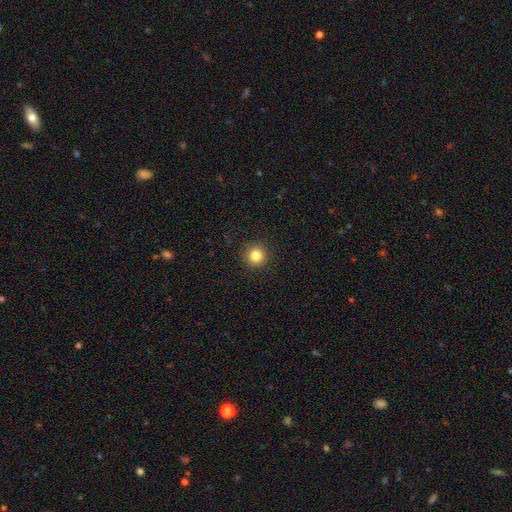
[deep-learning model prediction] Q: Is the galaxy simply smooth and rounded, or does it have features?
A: smooth — 83%.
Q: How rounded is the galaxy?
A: round — 95%.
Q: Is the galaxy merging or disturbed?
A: none — 92%.